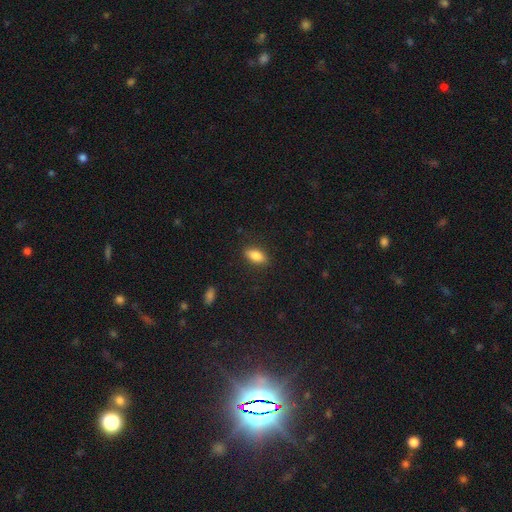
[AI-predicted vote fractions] The model was most divided on "how rounded": in between: 85%, cigar-shaped: 12%, round: 4%. More confident: merging — none (87%); smooth or featured — smooth (83%).